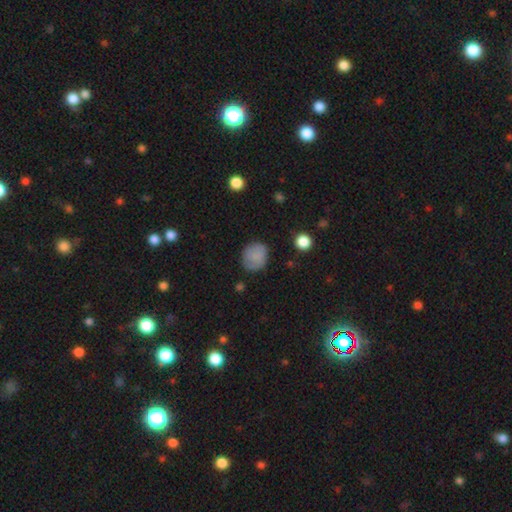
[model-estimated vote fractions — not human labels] Smooth or featured: smooth — 83% (star or artifact — 9%)
How rounded: round — 71% (in between — 28%)
Merging: none — 75% (minor disturbance — 19%)